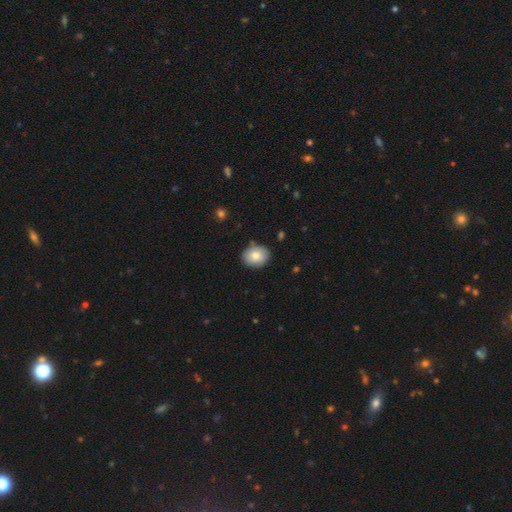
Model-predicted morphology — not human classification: Smooth or featured: smooth — 82% (featured or disk — 10%)
How rounded: round — 51% (in between — 48%)
Merging: none — 84% (minor disturbance — 12%)